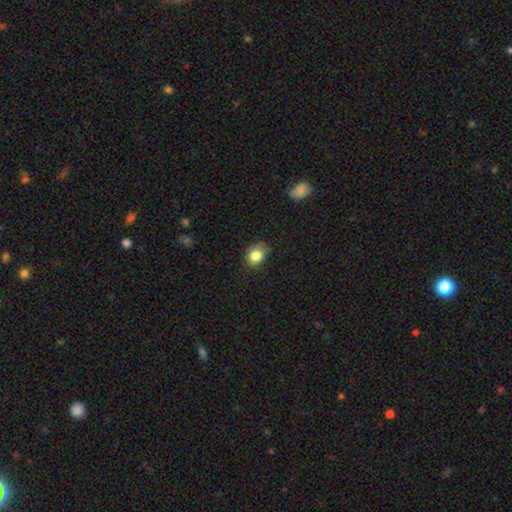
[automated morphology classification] A smooth galaxy with no disk features (83%) that is round (53%).

Vote fractions:
- Smooth or featured? smooth: 83% / star or artifact: 10% / featured or disk: 7%
- How rounded? round: 53% / in between: 46% / cigar-shaped: 1%
- Merging? none: 70% / minor disturbance: 24% / major disturbance: 5% / merger: 1%